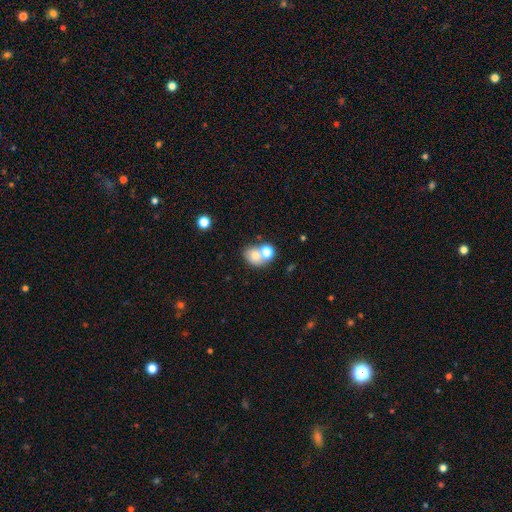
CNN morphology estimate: smooth_or_featured: smooth (p=0.71) [alt: featured or disk p=0.16]
how_rounded: round (p=0.50) [alt: in between p=0.49]
merging: merger (p=0.44) [alt: none p=0.40]